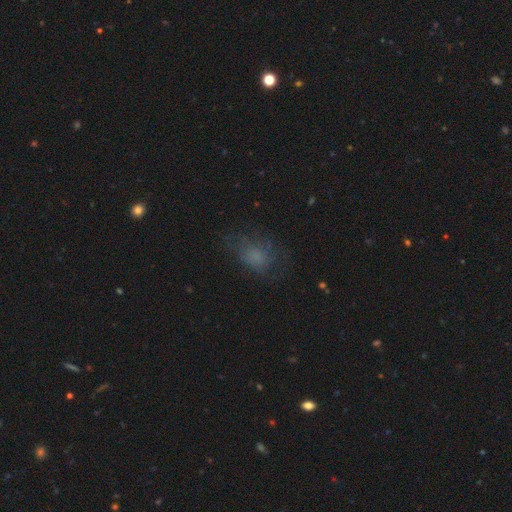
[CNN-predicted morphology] type=smooth (62%); roundness=in between (66%); merging=none (58%).